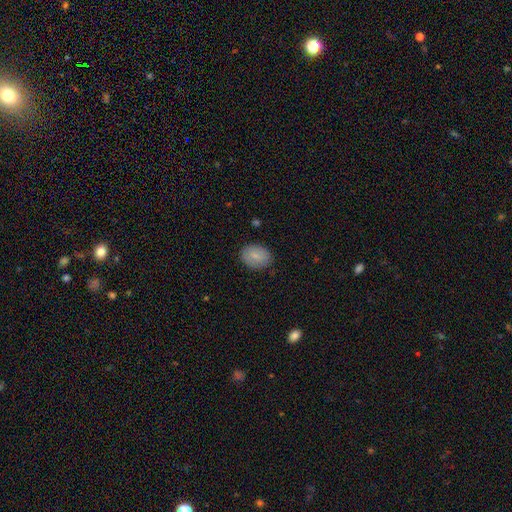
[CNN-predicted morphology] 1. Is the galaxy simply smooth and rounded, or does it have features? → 83% smooth, 10% featured or disk, 7% star or artifact.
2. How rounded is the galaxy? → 67% in between, 32% round, 1% cigar-shaped.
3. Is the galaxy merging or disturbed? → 86% none, 11% minor disturbance, 3% major disturbance, 1% merger.